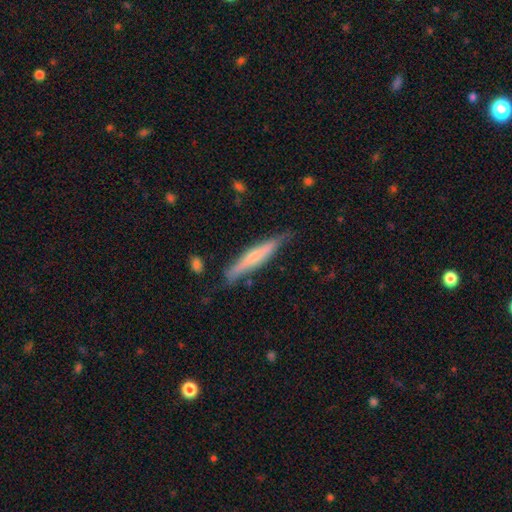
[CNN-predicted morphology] smooth 52%, featured or disk 43%, star or artifact 6%. Down the decision tree: how rounded — cigar-shaped (92%); merging — none (78%).